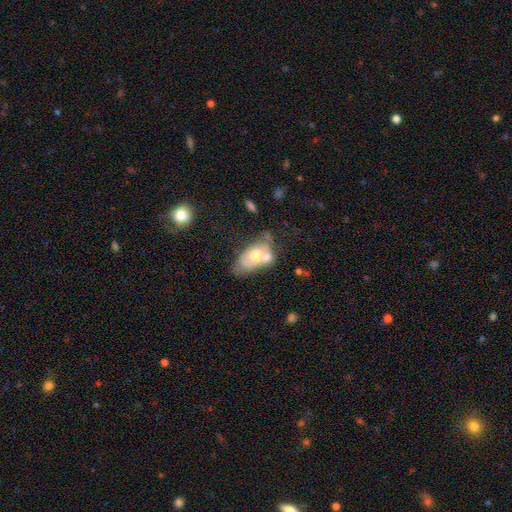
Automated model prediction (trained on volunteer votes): smooth-or-featured: smooth: 54% | featured or disk: 39% | star or artifact: 7%
  how-rounded: in between: 88% | round: 8% | cigar-shaped: 3%
  merging: merger: 48% | none: 26% | minor disturbance: 17% | major disturbance: 10%